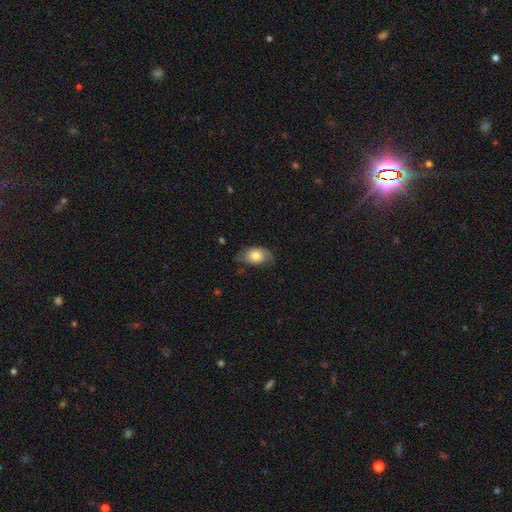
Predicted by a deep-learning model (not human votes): Smooth or featured? Predicted: smooth (p=0.58). How rounded? Predicted: in between (p=0.86). Merging? Predicted: none (p=0.61).